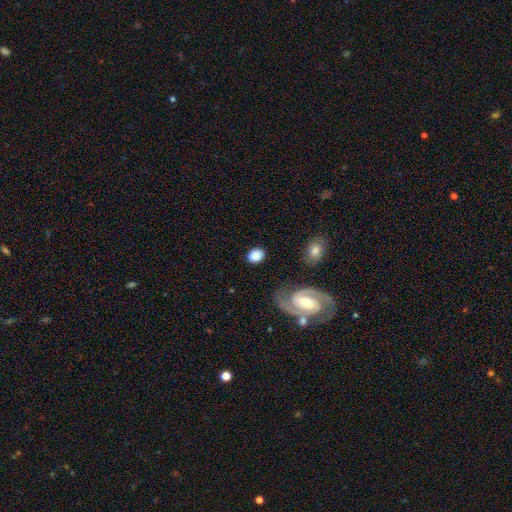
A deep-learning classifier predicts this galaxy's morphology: smooth 79%, featured or disk 14%, star or artifact 7%. Down the decision tree: how rounded — in between (53%); merging — none (81%).